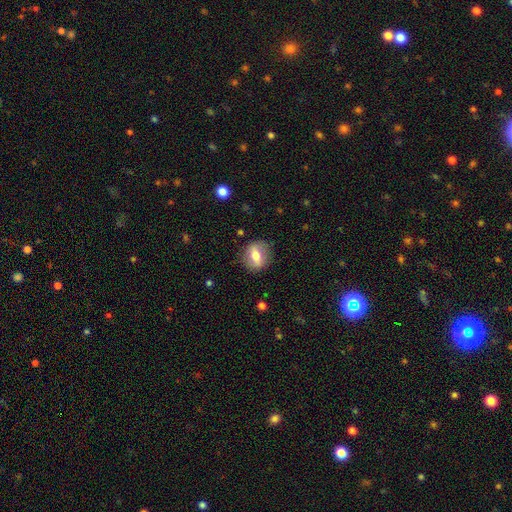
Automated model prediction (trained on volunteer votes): Q: Smooth or featured?
A: smooth (55%); runner-up: featured or disk (38%)
Q: How rounded?
A: round (49%); runner-up: in between (47%)
Q: Merging?
A: none (82%); runner-up: minor disturbance (13%)